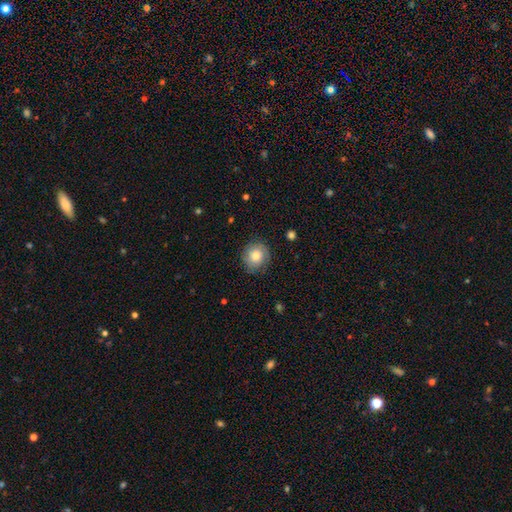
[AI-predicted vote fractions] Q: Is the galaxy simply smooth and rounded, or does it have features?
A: smooth — 72%.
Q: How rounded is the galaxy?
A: round — 85%.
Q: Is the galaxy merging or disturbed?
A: none — 82%.